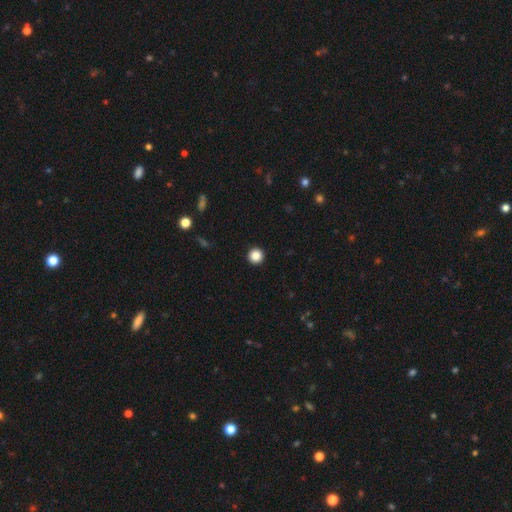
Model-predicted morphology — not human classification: Smooth or featured? Predicted: smooth (p=0.87). How rounded? Predicted: round (p=0.96). Merging? Predicted: none (p=0.94).